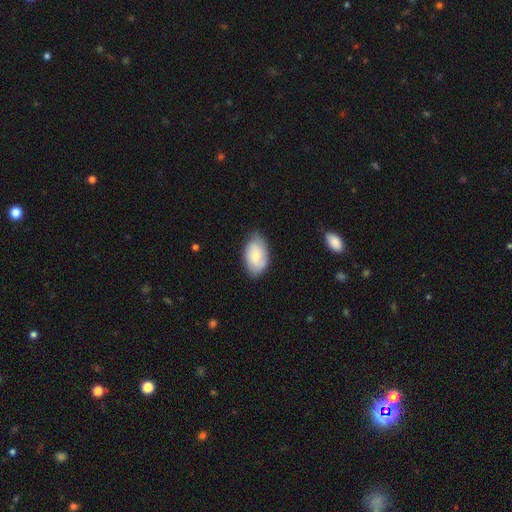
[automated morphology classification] A smooth galaxy with no disk features (59%) that is in between round and cigar-shaped (91%). Merging: none (73%).